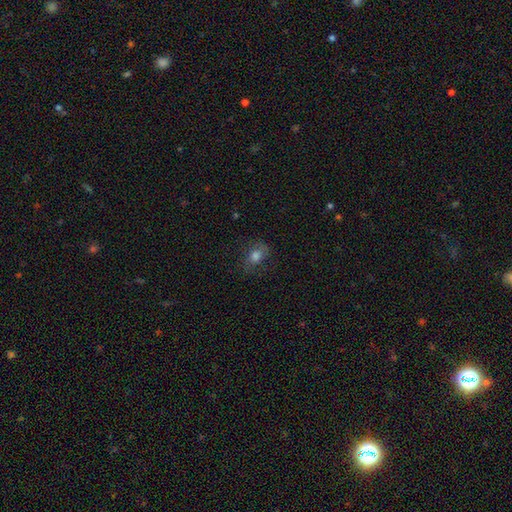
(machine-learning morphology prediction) Smooth or featured? smooth (71%)
How rounded? in between (54%)
Merging? none (70%)